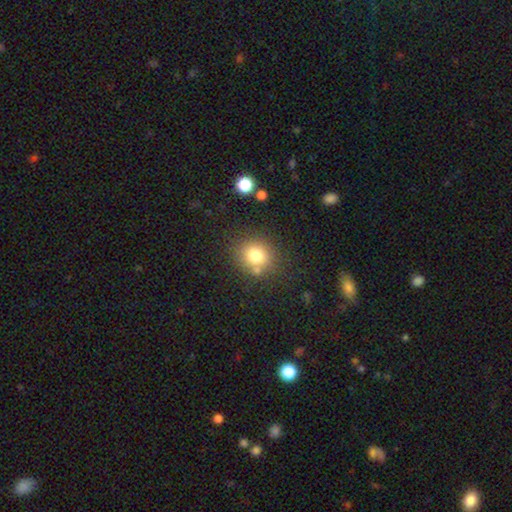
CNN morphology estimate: This is likely a smooth galaxy (77%). How rounded: clearly round (81%). Merging: likely none (76%).